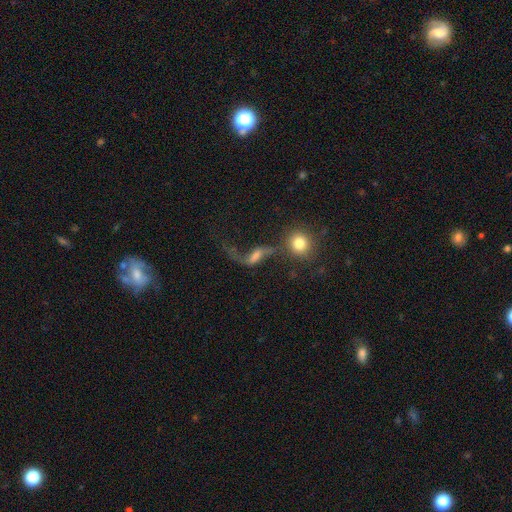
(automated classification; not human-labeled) Q: Smooth or featured?
A: featured or disk (67%); runner-up: smooth (21%)
Q: Edge-on disk?
A: no (91%); runner-up: yes (9%)
Q: Bar?
A: no (37%); tied with: weak (37%)
Q: Spiral arms?
A: yes (83%); runner-up: no (17%)
Q: Spiral winding?
A: loose (92%); runner-up: medium (6%)
Q: Spiral arm count?
A: 2 (78%); runner-up: 1 (17%)
Q: Bulge size?
A: moderate (36%); runner-up: small (35%)
Q: Merging?
A: none (37%); runner-up: major disturbance (31%)